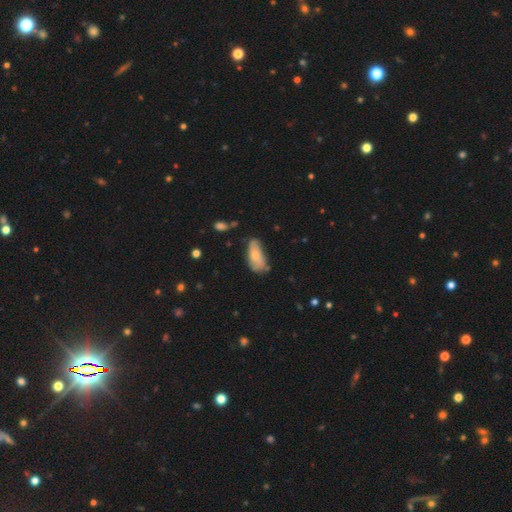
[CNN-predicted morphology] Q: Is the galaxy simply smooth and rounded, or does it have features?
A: smooth — 71%.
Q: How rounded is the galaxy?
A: in between — 86%.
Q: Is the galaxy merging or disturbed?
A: none — 52%.